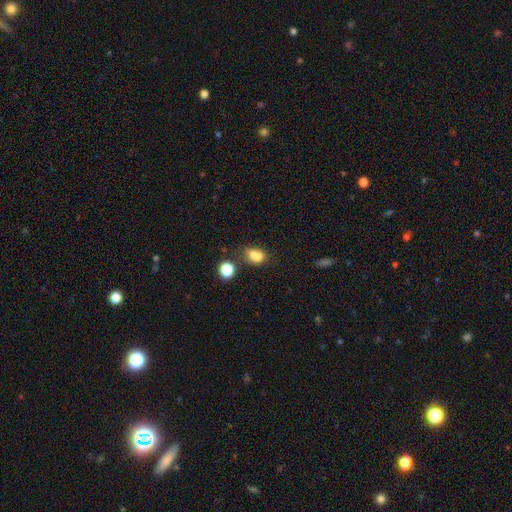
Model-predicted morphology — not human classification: Q: Smooth or featured?
A: smooth (74%); runner-up: star or artifact (14%)
Q: How rounded?
A: in between (59%); runner-up: round (39%)
Q: Merging?
A: merger (39%); runner-up: none (38%)